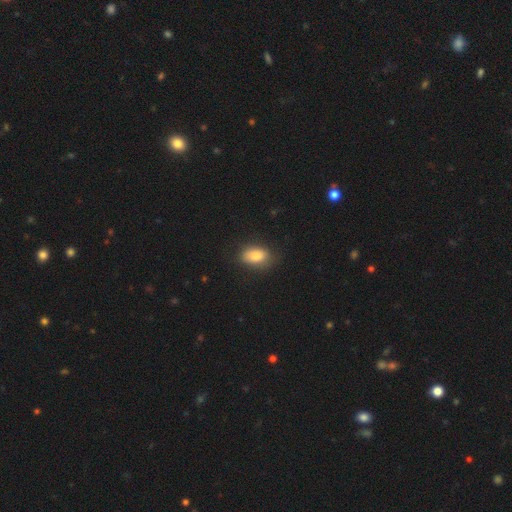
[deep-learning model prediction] Overall: smooth (83%). How rounded: in between (88%). Merging: none (80%).